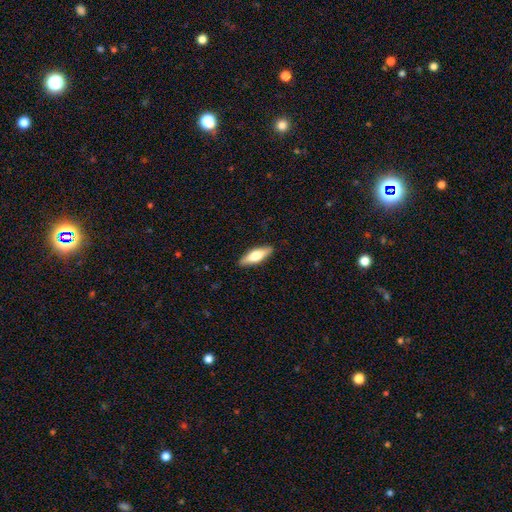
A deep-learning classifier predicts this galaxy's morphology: Smooth or featured?
  - smooth: 59% *
  - featured or disk: 36%
  - star or artifact: 5%
How rounded?
  - in between: 53% *
  - cigar-shaped: 45%
  - round: 2%
Merging?
  - none: 88% *
  - minor disturbance: 9%
  - major disturbance: 2%
  - merger: 1%